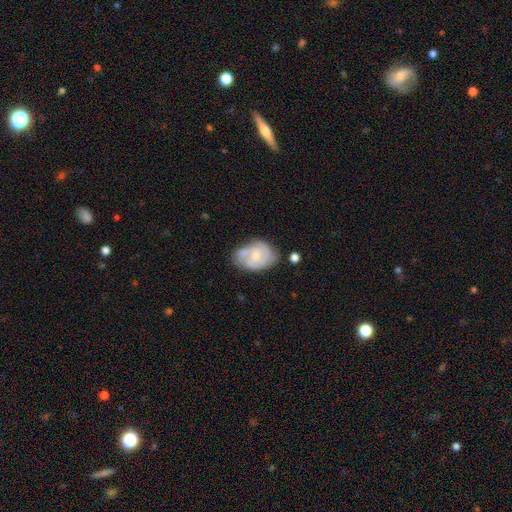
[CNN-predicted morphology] Smooth or featured? Predicted: featured or disk (p=0.67). Edge-on disk? Predicted: no (p=0.97). Bar? Predicted: no (p=0.66). Spiral arms? Predicted: yes (p=0.85). Spiral winding? Predicted: tight (p=0.47). Spiral arm count? Predicted: 2 (p=0.36). Bulge size? Predicted: small (p=0.55). Merging? Predicted: none (p=0.57).